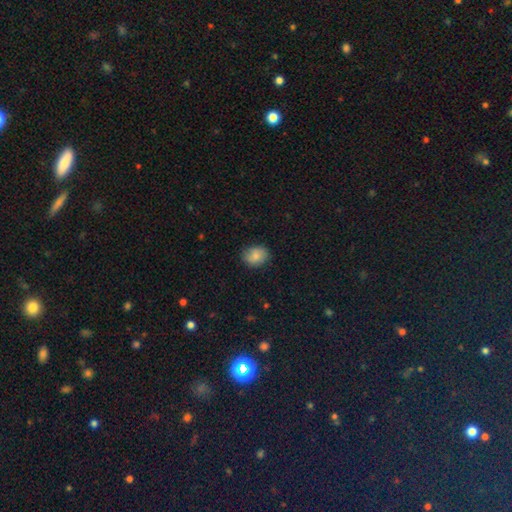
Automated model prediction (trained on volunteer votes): Morphology: type=smooth (82%); roundness=round (51%); merging=none (81%).